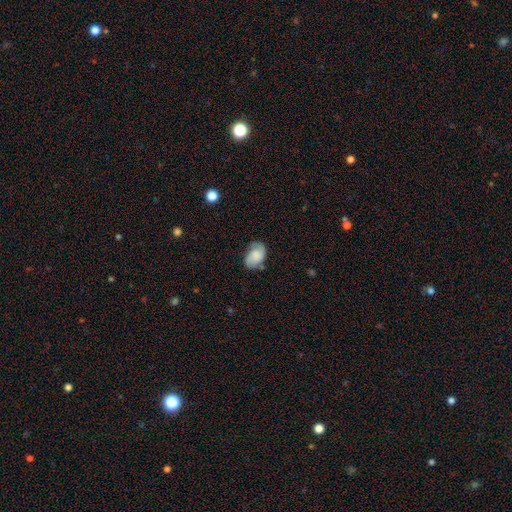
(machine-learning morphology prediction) Smooth or featured: smooth — 55% (featured or disk — 36%)
How rounded: in between — 83% (round — 15%)
Merging: none — 59% (minor disturbance — 29%)